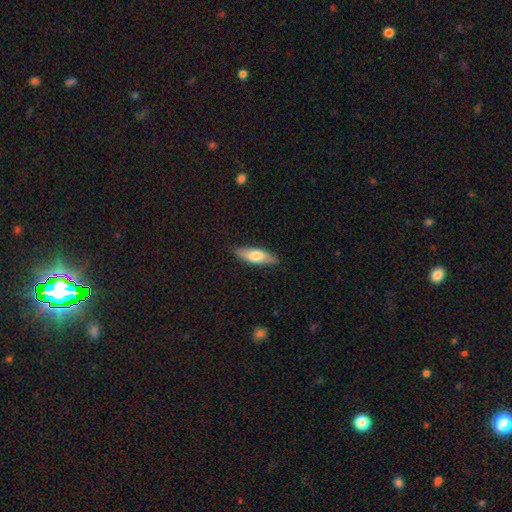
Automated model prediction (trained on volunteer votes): Overall: smooth (71%). How rounded: in between (55%; cigar-shaped 43%). Merging: none (87%).